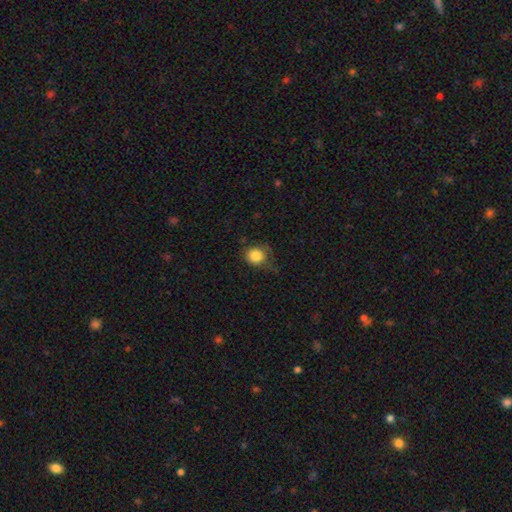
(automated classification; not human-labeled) Q: Smooth or featured?
A: smooth (83%); runner-up: star or artifact (9%)
Q: How rounded?
A: round (76%); runner-up: in between (23%)
Q: Merging?
A: none (49%); runner-up: minor disturbance (31%)